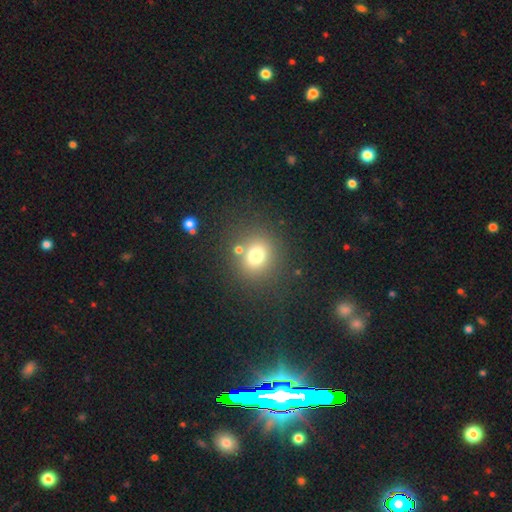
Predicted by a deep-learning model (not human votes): A smooth galaxy with no disk features (73%) that is round (83%). Merging: none (77%).